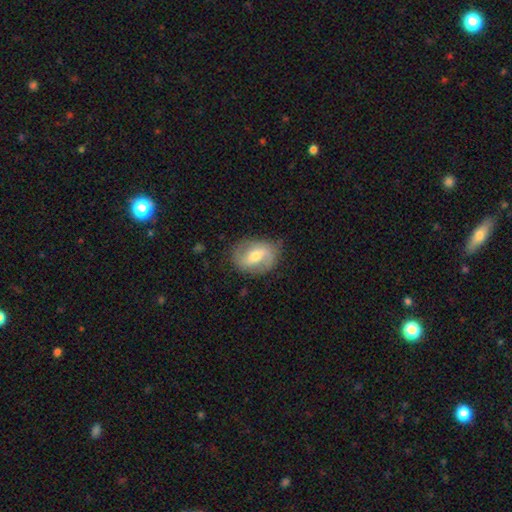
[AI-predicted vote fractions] A featured or disk galaxy (71%) with a weak bar (47%), 2 (85%) medium (43%) spiral arms (88%) and a moderate central bulge (59%).

Vote fractions:
- Smooth or featured? featured or disk: 71% / smooth: 23% / star or artifact: 6%
- Edge-on disk? no: 96% / yes: 4%
- Bar? weak: 47% / strong: 28% / no: 25%
- Spiral arms? yes: 88% / no: 12%
- Spiral winding? medium: 43% / loose: 36% / tight: 21%
- Spiral arm count? 2: 85% / can't tell: 7% / 1: 5% / 3: 1% / 4: 1% / more than 4: 1%
- Bulge size? moderate: 59% / small: 33% / large: 5% / none: 2% / dominant: 1%
- Merging? none: 78% / minor disturbance: 15% / major disturbance: 5% / merger: 1%